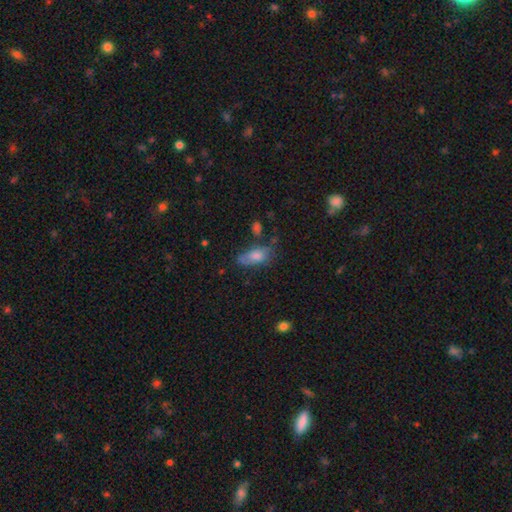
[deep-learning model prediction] smooth 69%, featured or disk 20%, star or artifact 11%. Down the decision tree: how rounded — in between (82%); merging — none (48%).